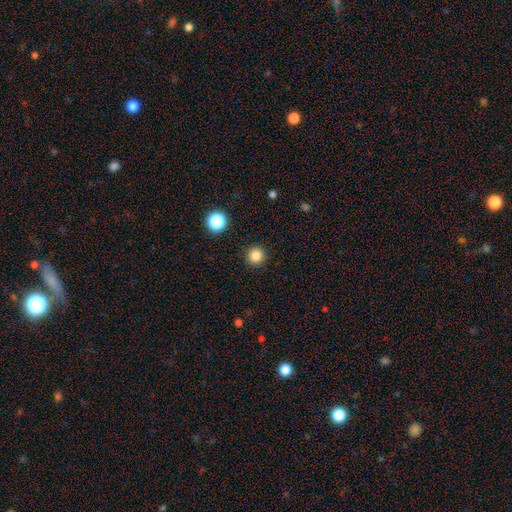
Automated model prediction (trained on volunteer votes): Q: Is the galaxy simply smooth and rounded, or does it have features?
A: smooth — 83%.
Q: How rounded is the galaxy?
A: round — 96%.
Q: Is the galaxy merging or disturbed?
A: none — 92%.